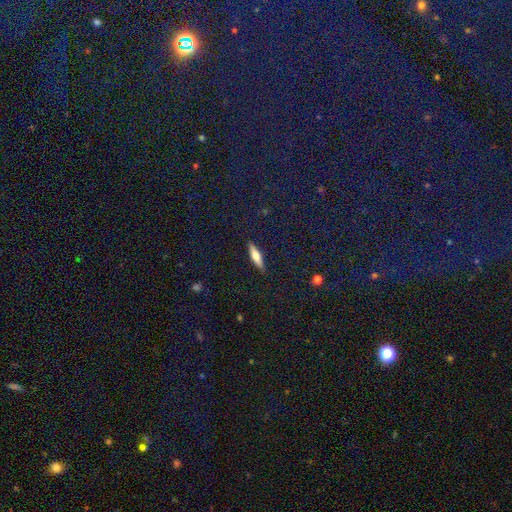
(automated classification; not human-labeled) This is possibly a smooth galaxy (55%). How rounded: likely cigar-shaped (76%). Merging: clearly none (90%).